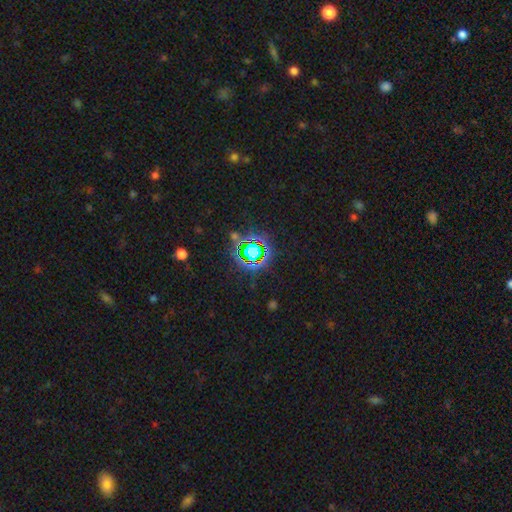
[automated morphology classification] Q: Smooth or featured?
A: star or artifact (75%); runner-up: smooth (14%)